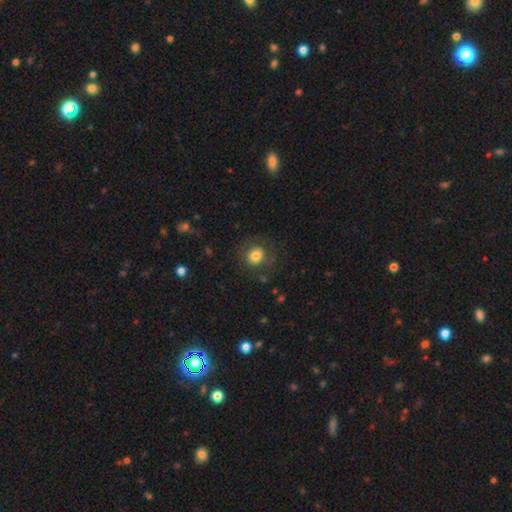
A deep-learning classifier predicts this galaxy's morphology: Smooth or featured?
  - smooth: 77% *
  - featured or disk: 13%
  - star or artifact: 10%
How rounded?
  - round: 80% *
  - in between: 19%
  - cigar-shaped: 1%
Merging?
  - none: 74% *
  - minor disturbance: 15%
  - major disturbance: 10%
  - merger: 2%